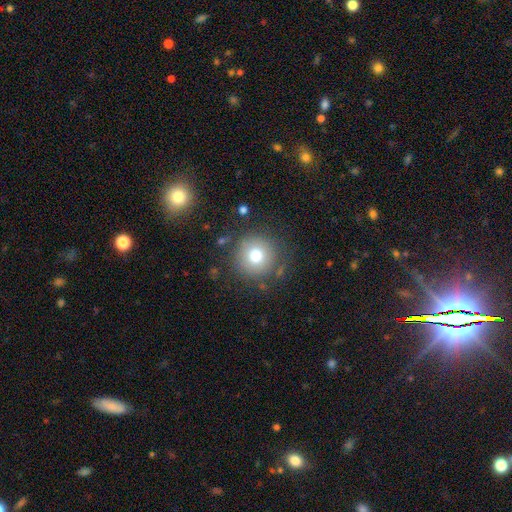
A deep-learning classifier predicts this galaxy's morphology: The model was most divided on "smooth or featured": smooth: 75%, featured or disk: 13%, star or artifact: 12%. More confident: how rounded — round (95%); merging — none (84%).